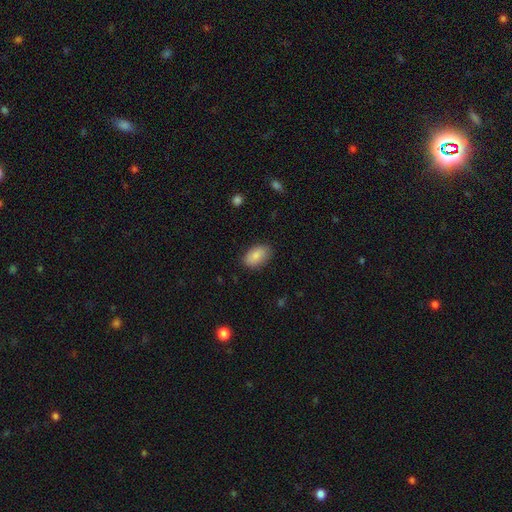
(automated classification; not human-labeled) A smooth galaxy with no disk features (86%) that is in between round and cigar-shaped (92%). Merging: none (84%).